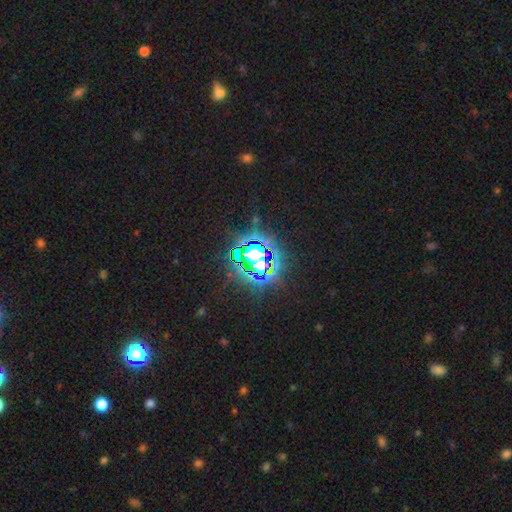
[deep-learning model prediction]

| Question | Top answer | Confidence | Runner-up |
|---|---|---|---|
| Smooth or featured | star or artifact | 82% | smooth (11%) |